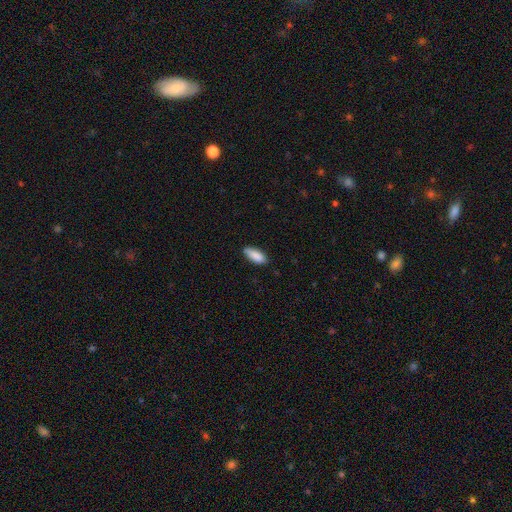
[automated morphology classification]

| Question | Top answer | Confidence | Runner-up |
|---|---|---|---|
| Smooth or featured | smooth | 88% | star or artifact (7%) |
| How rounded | in between | 77% | cigar-shaped (21%) |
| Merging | none | 82% | minor disturbance (15%) |